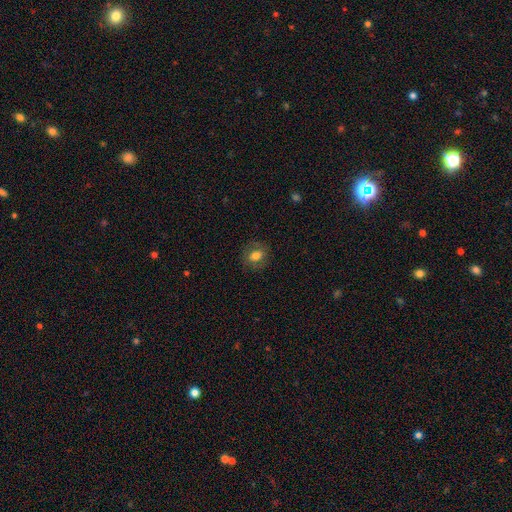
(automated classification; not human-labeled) Smooth or featured? smooth (67%)
How rounded? in between (52%)
Merging? none (80%)